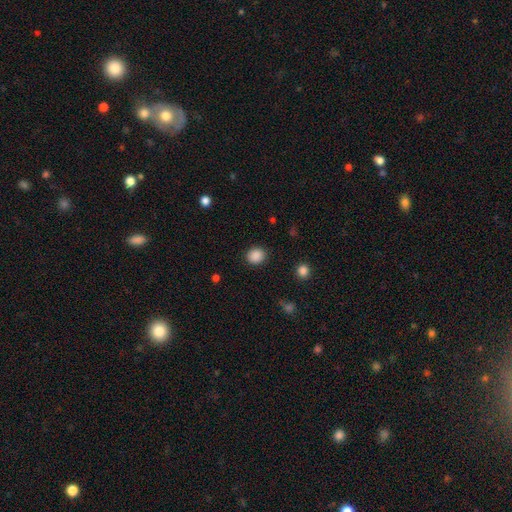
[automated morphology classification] Q: Smooth or featured?
A: smooth (88%); runner-up: star or artifact (10%)
Q: How rounded?
A: round (76%); runner-up: in between (23%)
Q: Merging?
A: none (89%); runner-up: minor disturbance (7%)